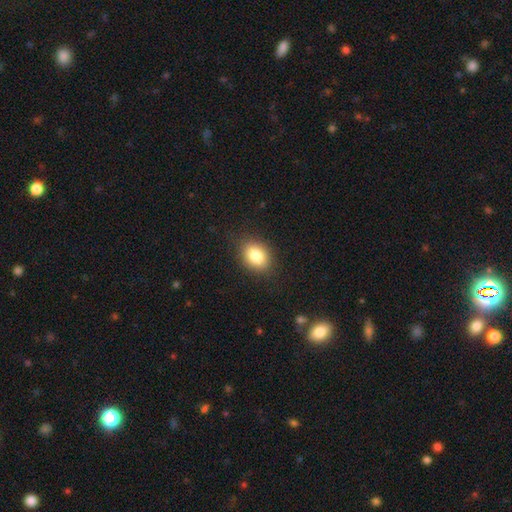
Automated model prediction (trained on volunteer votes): Smooth or featured? smooth (83%)
How rounded? in between (67%)
Merging? none (85%)